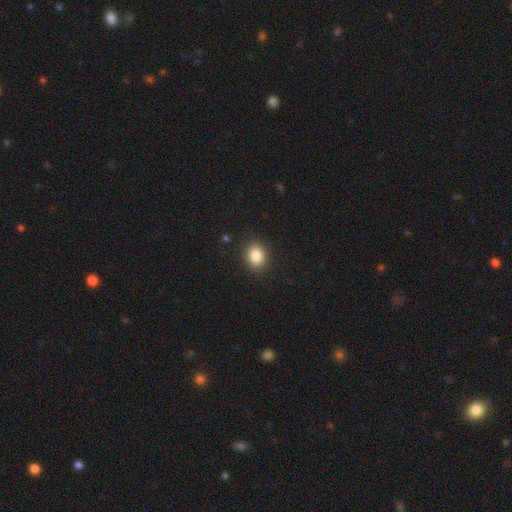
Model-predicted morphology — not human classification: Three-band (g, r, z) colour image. It shows a smooth galaxy with no disk features (85%) that is round (55%). Merging: none (89%).